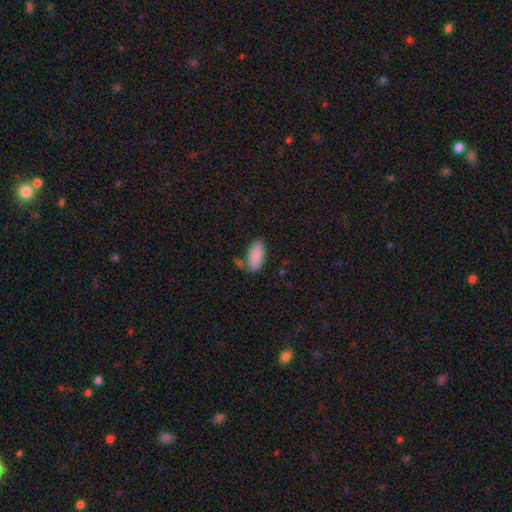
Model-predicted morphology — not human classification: Overall: smooth (89%). How rounded: in between (91%). Merging: none (70%).